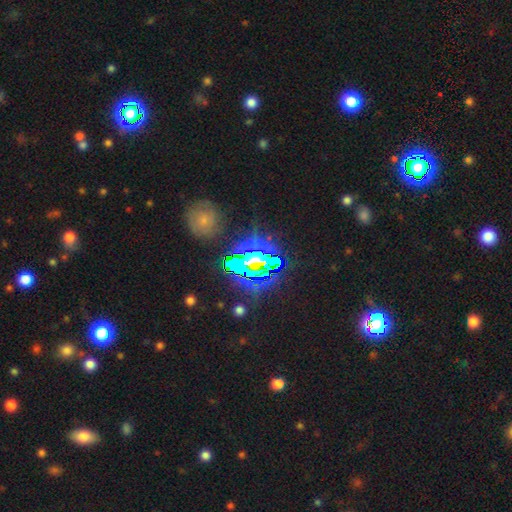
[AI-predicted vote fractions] smooth-or-featured: star or artifact: 75% | featured or disk: 13% | smooth: 13%